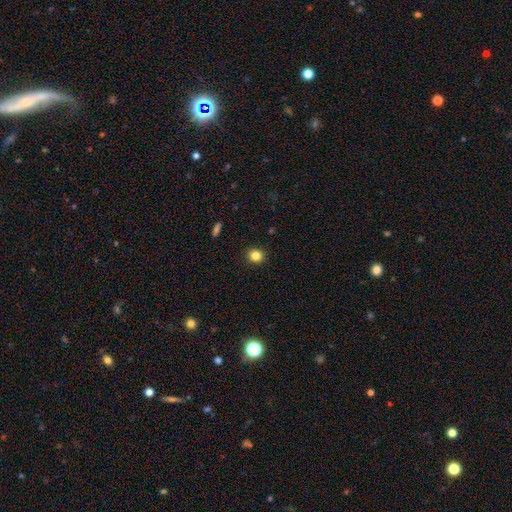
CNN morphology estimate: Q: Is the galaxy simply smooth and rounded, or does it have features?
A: smooth — 83%.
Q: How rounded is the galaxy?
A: round — 85%.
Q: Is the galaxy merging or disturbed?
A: none — 92%.